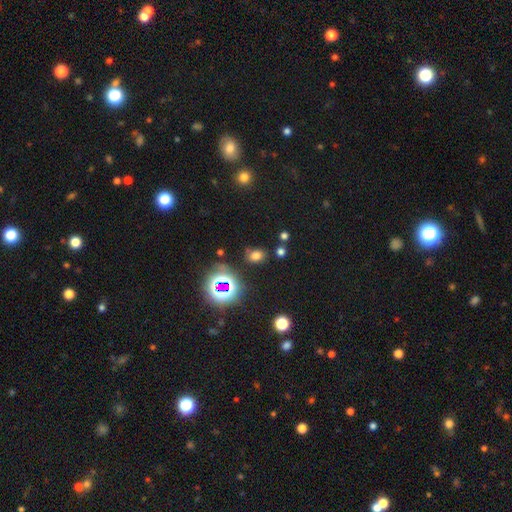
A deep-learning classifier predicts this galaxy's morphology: This is likely a smooth galaxy (63%). How rounded: likely in between (62%). Merging: likely none (77%).